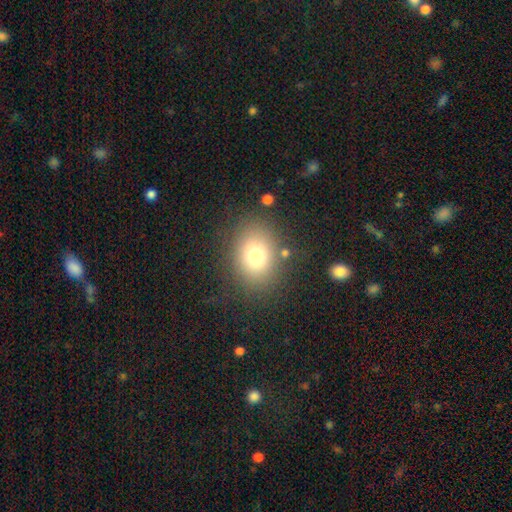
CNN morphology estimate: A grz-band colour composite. It shows a smooth galaxy with no disk features (75%) that is in between round and cigar-shaped (51%). Merging: none (80%).